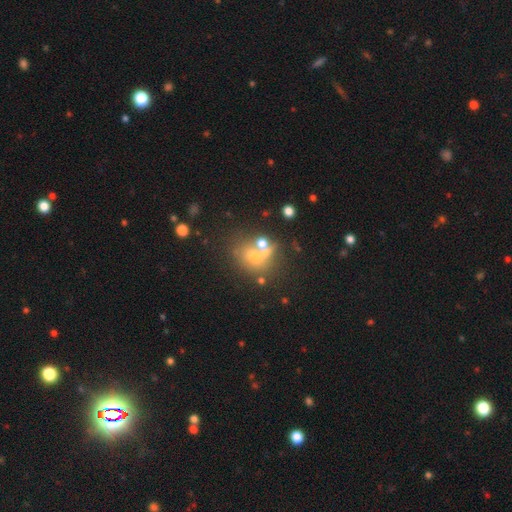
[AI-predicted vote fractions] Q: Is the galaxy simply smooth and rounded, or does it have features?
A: smooth — 46%.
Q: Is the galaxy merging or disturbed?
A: none — 44%.